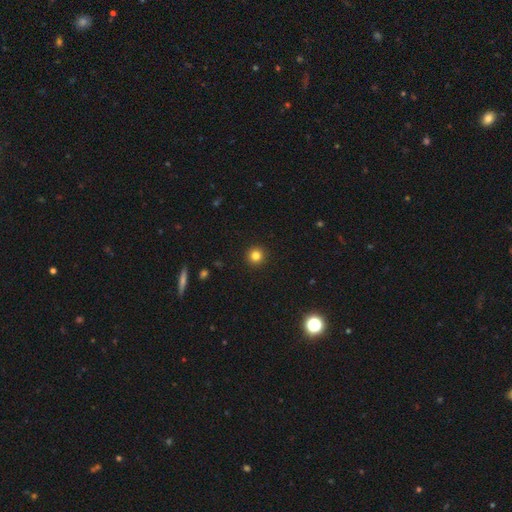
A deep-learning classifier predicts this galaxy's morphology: A smooth galaxy with no disk features (81%) that is round (95%). Merging: none (93%).